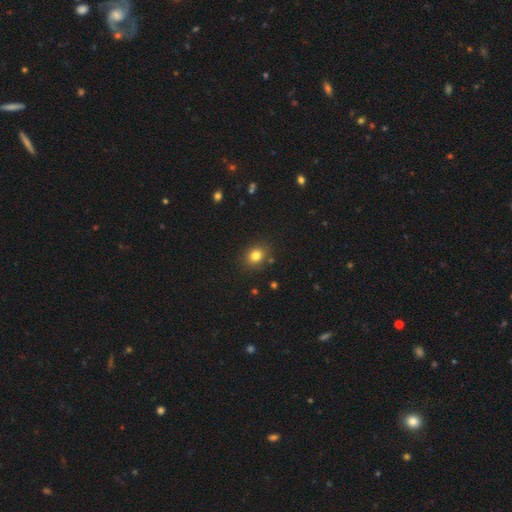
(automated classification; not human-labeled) A smooth galaxy with no disk features (81%) that is round (66%). Merging: none (85%).